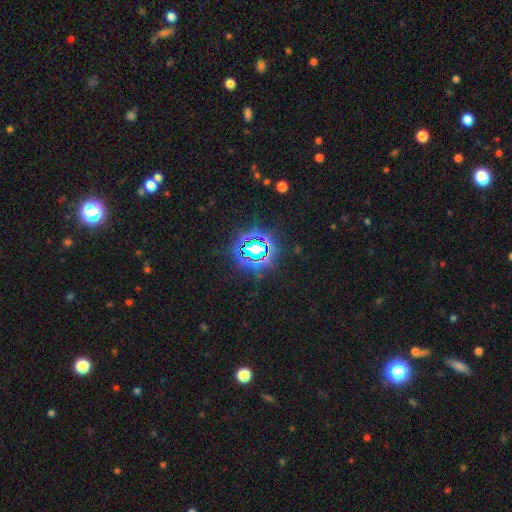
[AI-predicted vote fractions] smooth_or_featured: star or artifact (p=0.80) [alt: smooth p=0.12]